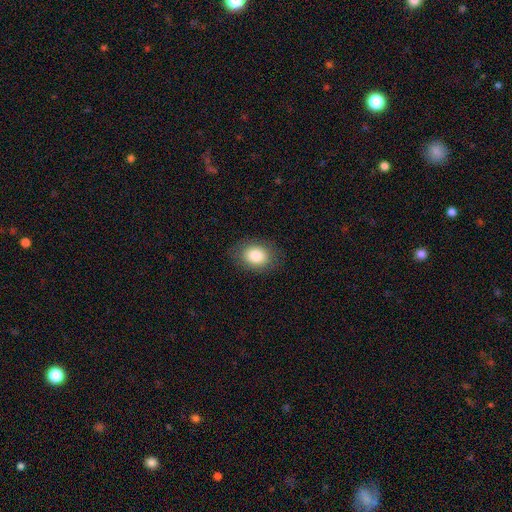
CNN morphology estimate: A smooth galaxy with no disk features (84%) that is in between round and cigar-shaped (67%). Merging: none (84%).